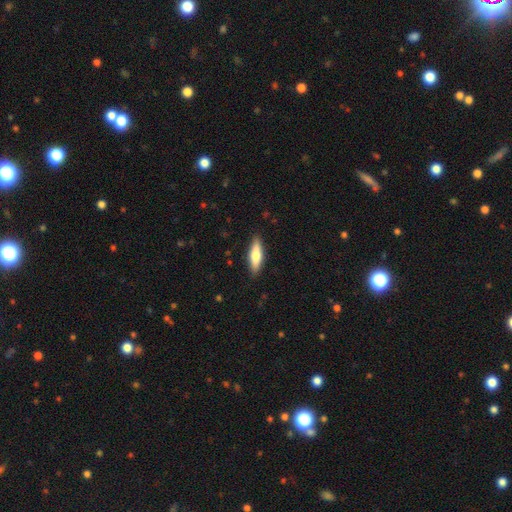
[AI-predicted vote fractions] smooth_or_featured: smooth (p=0.66) [alt: featured or disk p=0.29]
how_rounded: cigar-shaped (p=0.57) [alt: in between p=0.41]
merging: none (p=0.88) [alt: minor disturbance p=0.09]